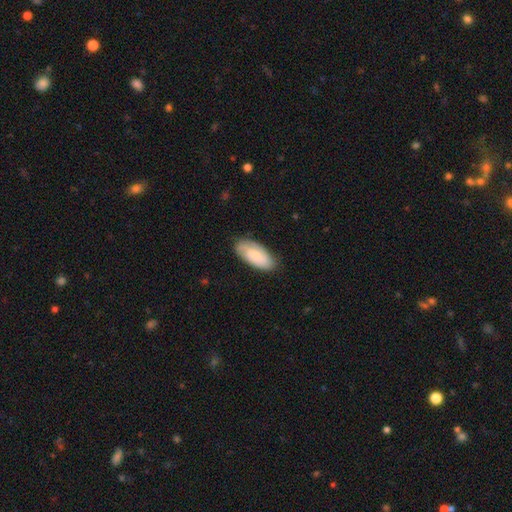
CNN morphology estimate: Overall: smooth (59%; featured or disk 35%). How rounded: in between (90%). Merging: none (75%).